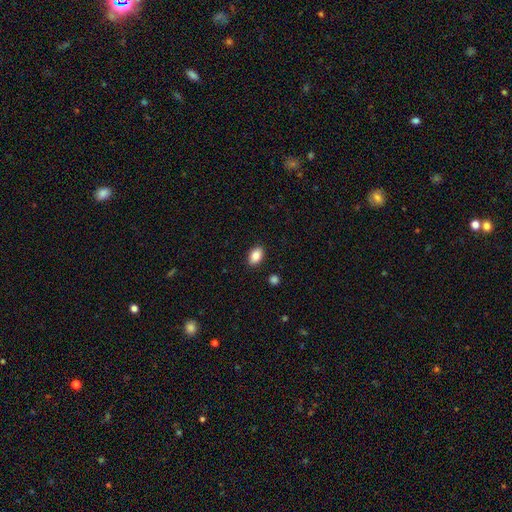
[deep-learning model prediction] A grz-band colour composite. It shows a smooth galaxy with no disk features (87%) that is in between round and cigar-shaped (86%). Merging: none (89%).